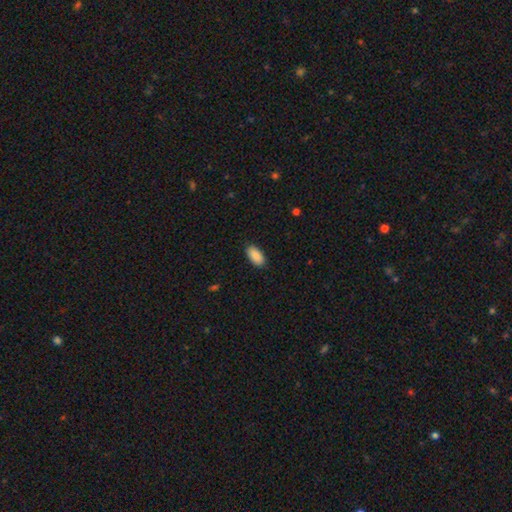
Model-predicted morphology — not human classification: Smooth or featured? Predicted: smooth (p=0.88). How rounded? Predicted: in between (p=0.94). Merging? Predicted: none (p=0.88).